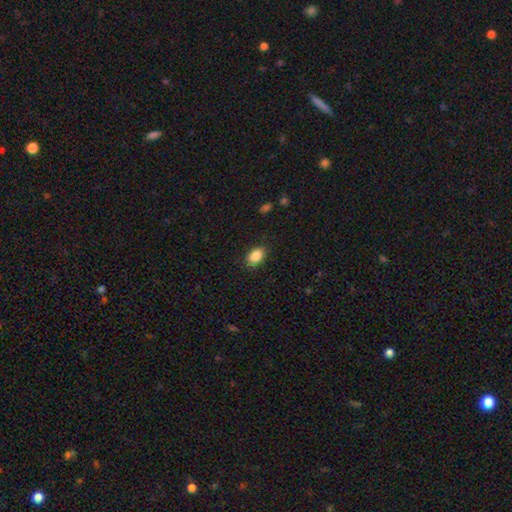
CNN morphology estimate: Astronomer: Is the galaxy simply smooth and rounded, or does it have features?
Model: smooth — 88%.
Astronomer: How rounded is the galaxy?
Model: in between — 87%.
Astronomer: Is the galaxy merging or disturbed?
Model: none — 86%.